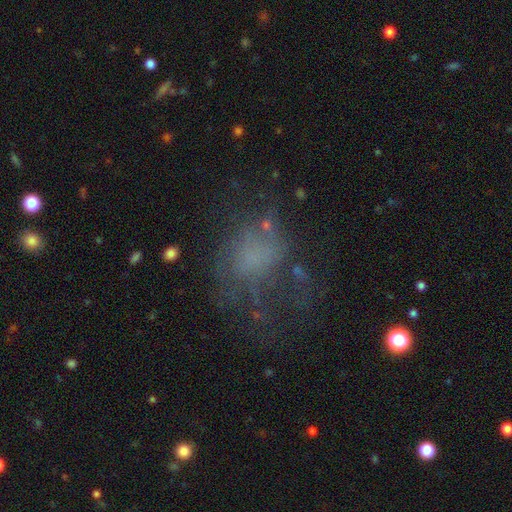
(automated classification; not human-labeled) Smooth or featured? Predicted: smooth (p=0.43). Merging? Predicted: none (p=0.42).